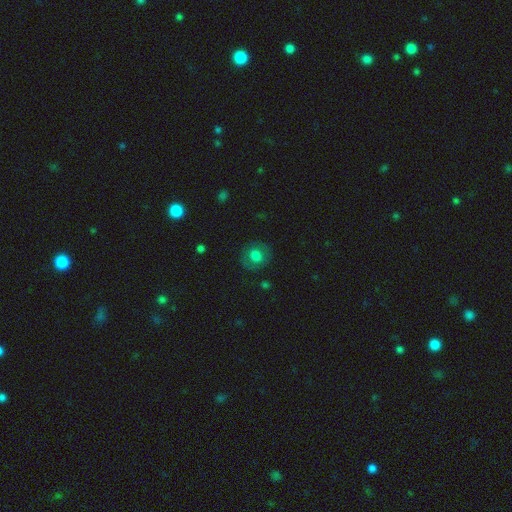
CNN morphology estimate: Smooth or featured: smooth — 68% (featured or disk — 21%)
How rounded: round — 80% (in between — 19%)
Merging: none — 82% (minor disturbance — 12%)